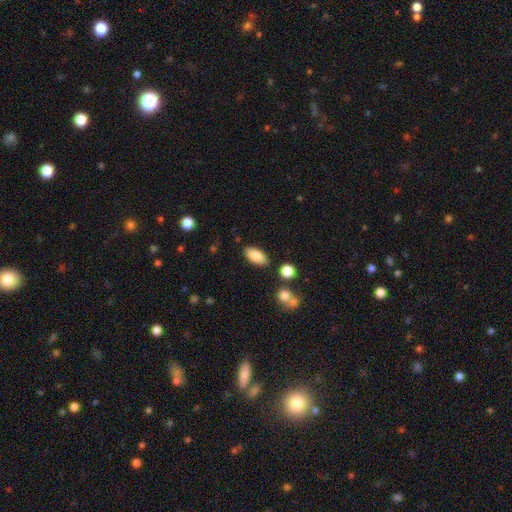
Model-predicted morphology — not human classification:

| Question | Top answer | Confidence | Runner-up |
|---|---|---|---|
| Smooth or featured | smooth | 84% | featured or disk (9%) |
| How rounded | in between | 91% | cigar-shaped (6%) |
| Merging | none | 83% | minor disturbance (11%) |